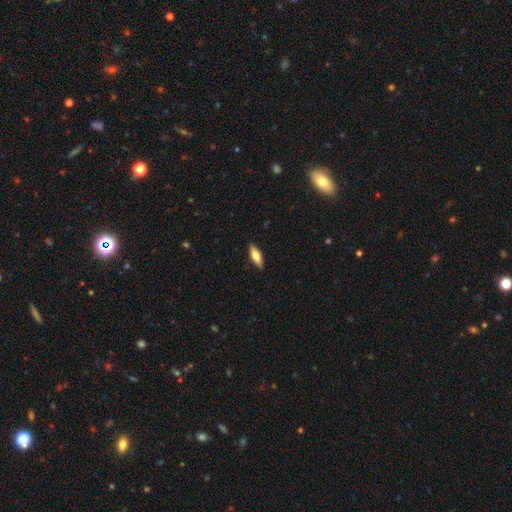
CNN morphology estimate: smooth_or_featured: smooth (p=0.66) [alt: featured or disk p=0.28]
how_rounded: in between (p=0.57) [alt: cigar-shaped p=0.40]
merging: none (p=0.89) [alt: minor disturbance p=0.08]